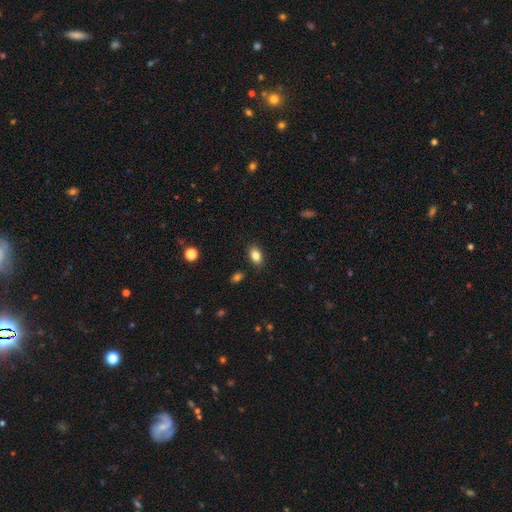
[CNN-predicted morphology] This is clearly a smooth galaxy (84%). How rounded: clearly in between (85%). Merging: clearly none (86%).